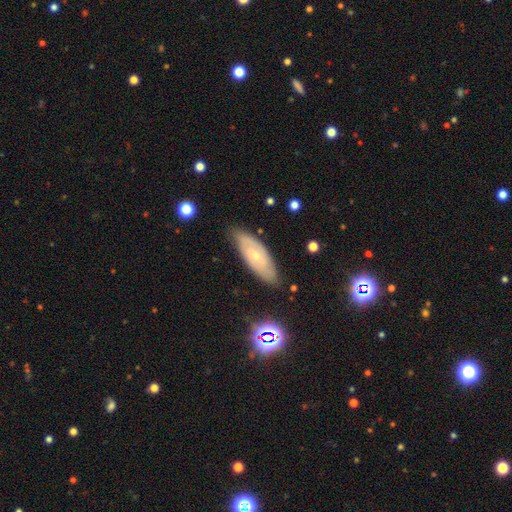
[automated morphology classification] featured or disk 59%, smooth 32%, star or artifact 8%. Down the decision tree: edge-on disk — no (82%); merging — none (78%).